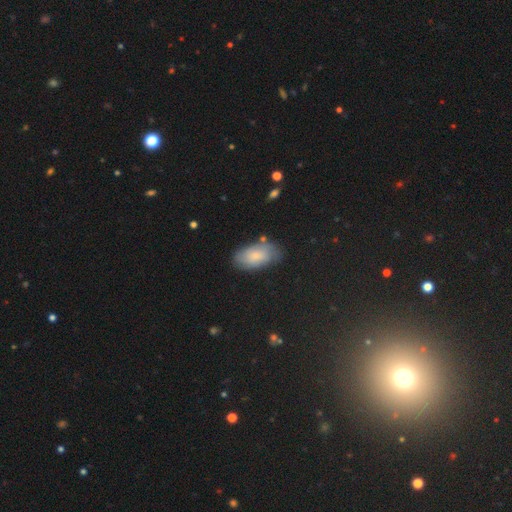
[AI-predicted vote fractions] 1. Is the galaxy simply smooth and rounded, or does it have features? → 65% smooth, 25% featured or disk, 10% star or artifact.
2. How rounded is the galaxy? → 94% in between, 3% round, 3% cigar-shaped.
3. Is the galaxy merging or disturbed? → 73% none, 20% minor disturbance, 5% major disturbance, 3% merger.